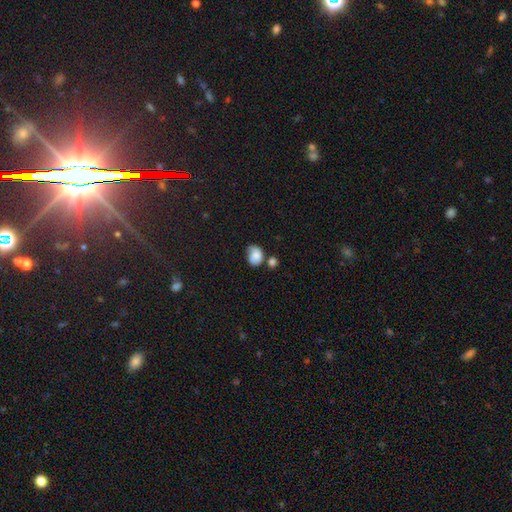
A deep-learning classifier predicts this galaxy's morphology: A smooth galaxy with no disk features (78%) that is in between round and cigar-shaped (61%).

Vote fractions:
- Smooth or featured? smooth: 78% / featured or disk: 13% / star or artifact: 9%
- How rounded? in between: 61% / round: 38% / cigar-shaped: 1%
- Merging? none: 42% / minor disturbance: 30% / merger: 18% / major disturbance: 10%